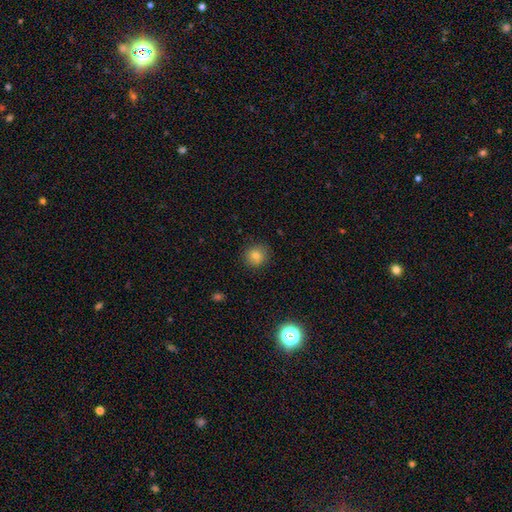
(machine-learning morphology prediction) This is likely a smooth galaxy (80%). How rounded: clearly round (89%). Merging: clearly none (89%).